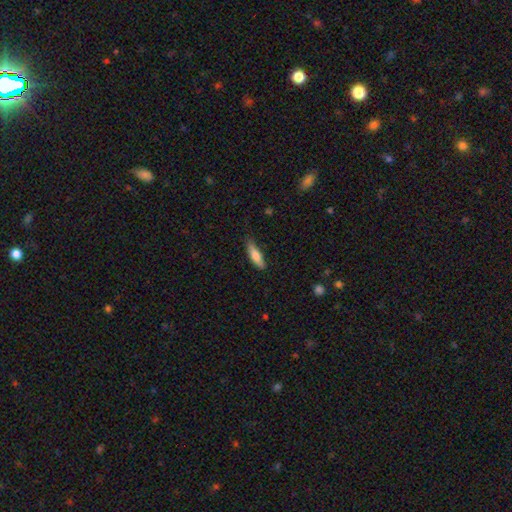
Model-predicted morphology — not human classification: A smooth galaxy with no disk features (77%) that is cigar-shaped (58%).

Vote fractions:
- Smooth or featured? smooth: 77% / featured or disk: 17% / star or artifact: 6%
- How rounded? cigar-shaped: 58% / in between: 40% / round: 2%
- Merging? none: 74% / minor disturbance: 21% / major disturbance: 4% / merger: 1%